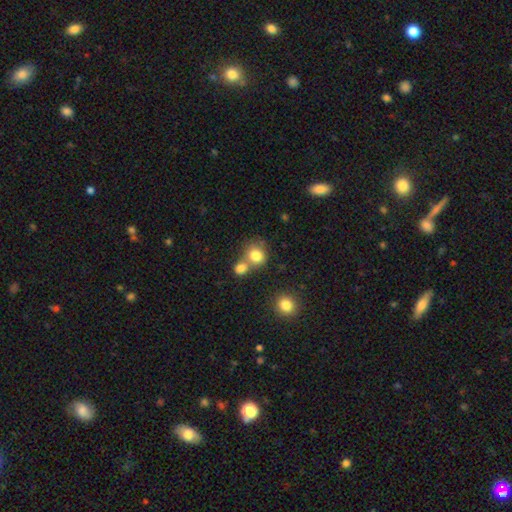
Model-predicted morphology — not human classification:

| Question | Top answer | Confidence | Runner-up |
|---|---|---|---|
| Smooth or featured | smooth | 81% | star or artifact (11%) |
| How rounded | round | 75% | in between (24%) |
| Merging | none | 45% | merger (41%) |